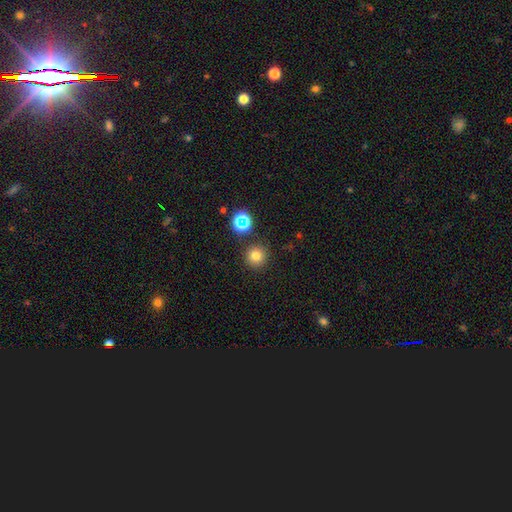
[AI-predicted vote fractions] Smooth or featured? Predicted: smooth (p=0.76). How rounded? Predicted: round (p=0.95). Merging? Predicted: none (p=0.87).